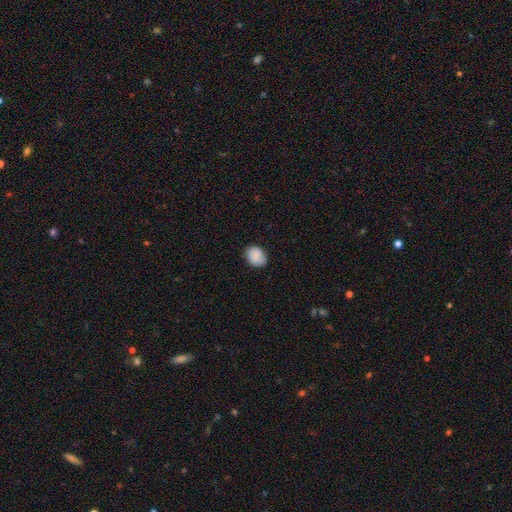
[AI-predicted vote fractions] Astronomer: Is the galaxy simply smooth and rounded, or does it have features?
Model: smooth — 81%.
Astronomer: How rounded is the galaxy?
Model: in between — 56% (runner-up: round, 43%).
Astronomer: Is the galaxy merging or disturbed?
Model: none — 78%.